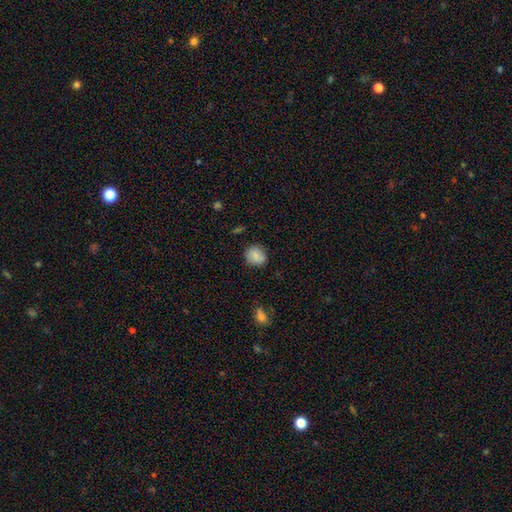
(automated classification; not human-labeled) Smooth or featured: smooth — 84% (star or artifact — 8%)
How rounded: round — 78% (in between — 21%)
Merging: none — 82% (minor disturbance — 13%)